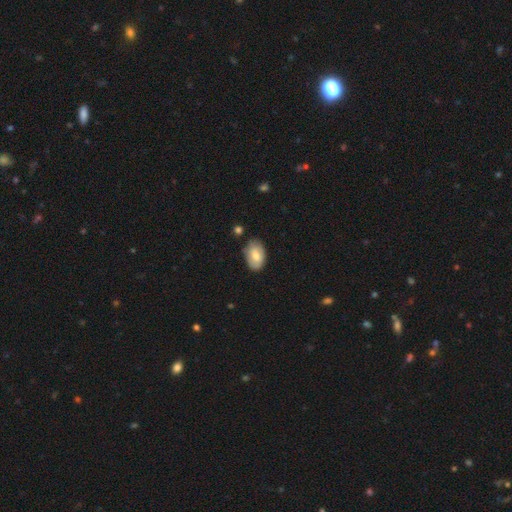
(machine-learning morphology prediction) This is likely a smooth galaxy (72%). How rounded: clearly in between (92%). Merging: likely none (74%).